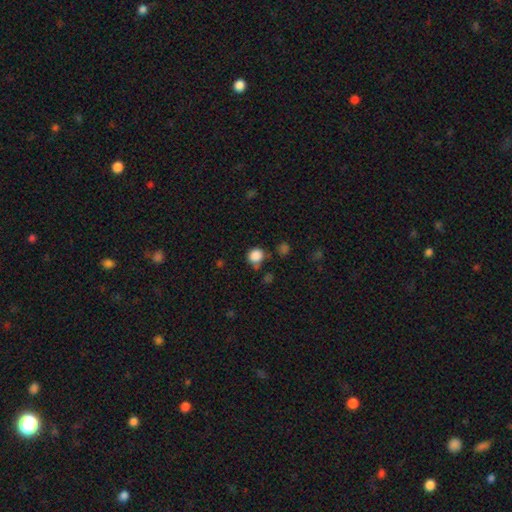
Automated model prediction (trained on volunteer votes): Smooth or featured? smooth (85%)
How rounded? round (86%)
Merging? none (68%)